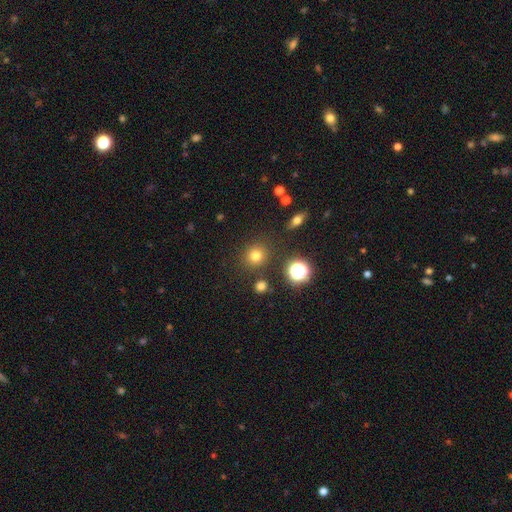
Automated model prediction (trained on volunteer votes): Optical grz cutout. It shows a smooth galaxy with no disk features (75%) that is round (90%). Merging: none (86%).